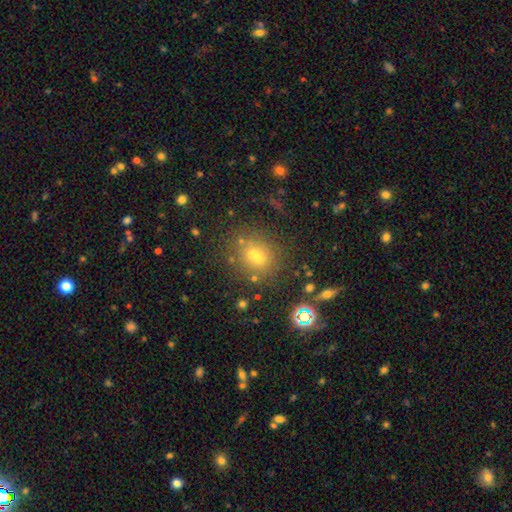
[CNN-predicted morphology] type=smooth (60%); roundness=round (51%); merging=none (69%).